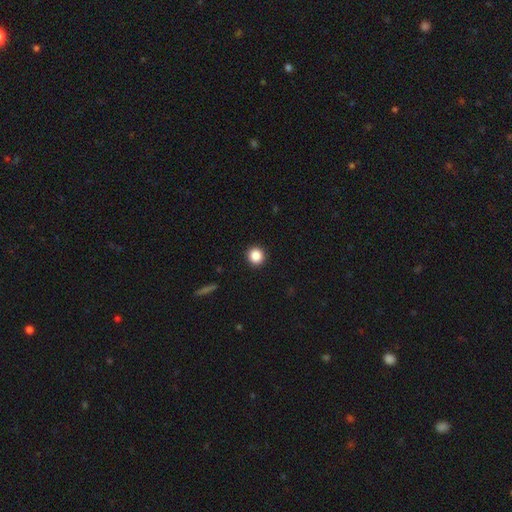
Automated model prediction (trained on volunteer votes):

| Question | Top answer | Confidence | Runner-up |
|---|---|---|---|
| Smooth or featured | smooth | 87% | star or artifact (10%) |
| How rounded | round | 93% | in between (6%) |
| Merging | none | 93% | minor disturbance (5%) |